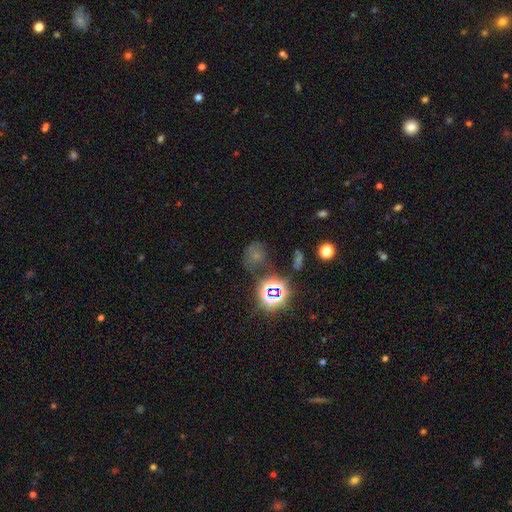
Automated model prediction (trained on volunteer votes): This appears to be a star or artifact, not a galaxy (43%, tied with smooth).